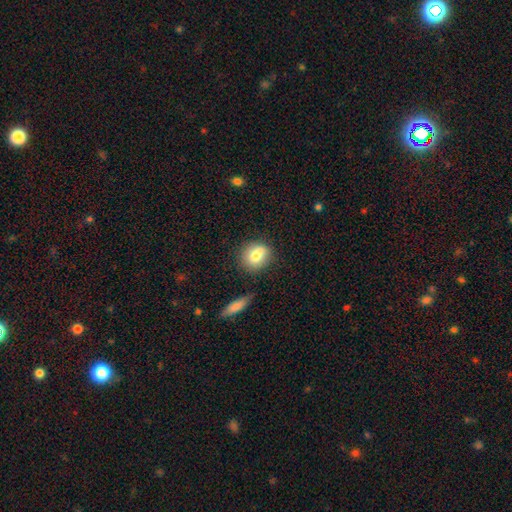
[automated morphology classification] Q: Smooth or featured?
A: smooth (75%); runner-up: featured or disk (16%)
Q: How rounded?
A: round (68%); runner-up: in between (30%)
Q: Merging?
A: none (67%); runner-up: minor disturbance (17%)